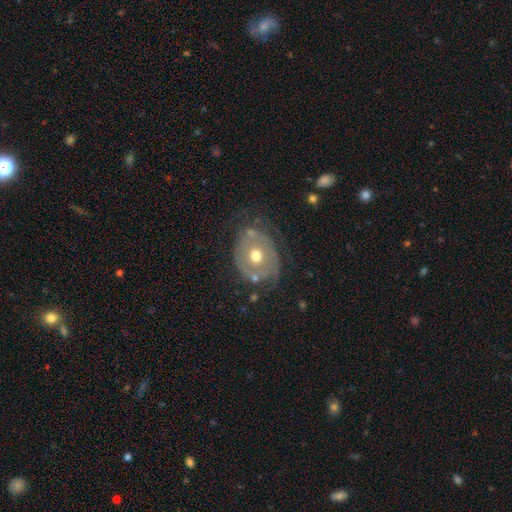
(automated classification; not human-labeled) This appears to be a featured or disk galaxy (59%) with no bar (87%), no spiral arms (66%) and a moderate central bulge (79%). Merging: none (60%).